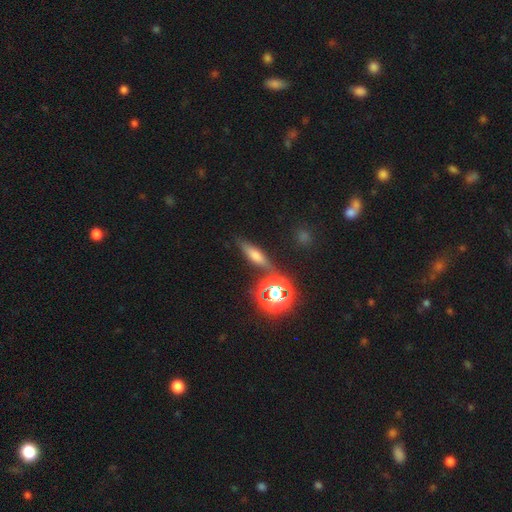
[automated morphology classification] A smooth galaxy with no disk features (44%). Merging: none (74%).